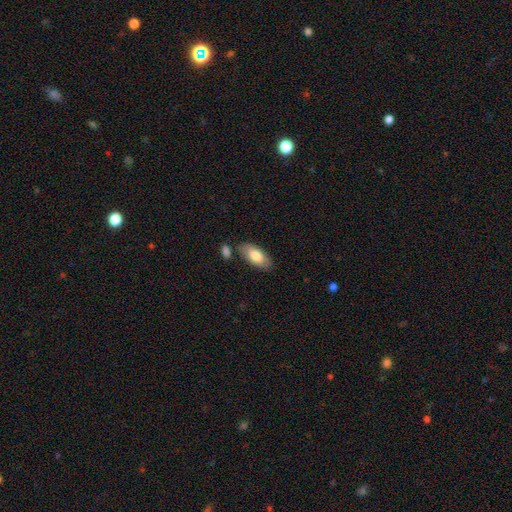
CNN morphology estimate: A smooth galaxy with no disk features (77%) that is in between round and cigar-shaped (90%).

Vote fractions:
- Smooth or featured? smooth: 77% / featured or disk: 17% / star or artifact: 6%
- How rounded? in between: 90% / cigar-shaped: 8% / round: 2%
- Merging? none: 76% / minor disturbance: 13% / merger: 8% / major disturbance: 3%